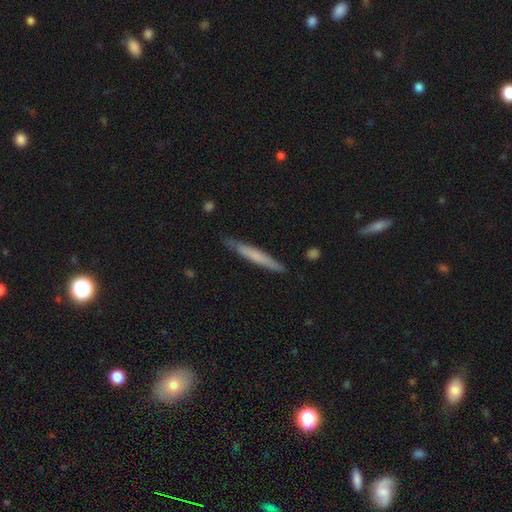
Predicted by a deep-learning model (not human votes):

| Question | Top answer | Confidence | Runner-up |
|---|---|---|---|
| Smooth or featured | smooth | 60% | featured or disk (35%) |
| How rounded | cigar-shaped | 96% | in between (3%) |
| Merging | none | 85% | minor disturbance (12%) |